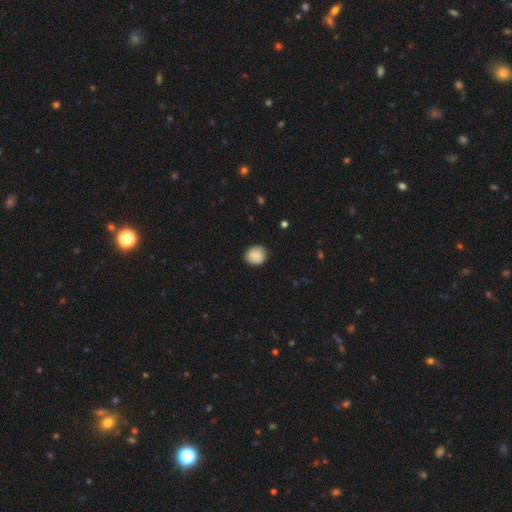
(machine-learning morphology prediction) type=smooth (84%); roundness=round (80%); merging=none (84%).